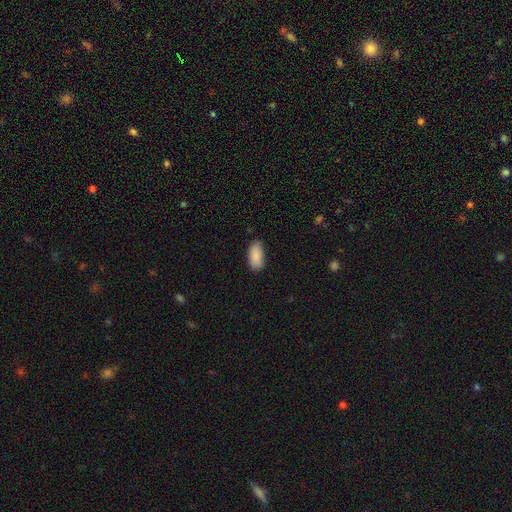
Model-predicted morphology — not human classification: smooth-or-featured: smooth: 89% | star or artifact: 7% | featured or disk: 4%
  how-rounded: in between: 91% | cigar-shaped: 6% | round: 2%
  merging: none: 80% | minor disturbance: 16% | major disturbance: 3% | merger: 1%